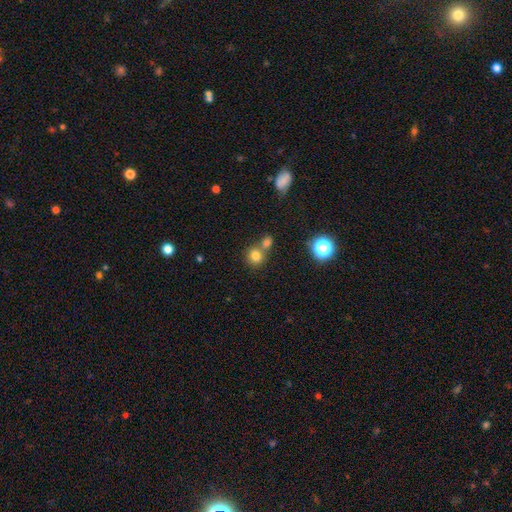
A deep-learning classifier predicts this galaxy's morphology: Smooth or featured? Predicted: smooth (p=0.78). How rounded? Predicted: round (p=0.84). Merging? Predicted: none (p=0.53).